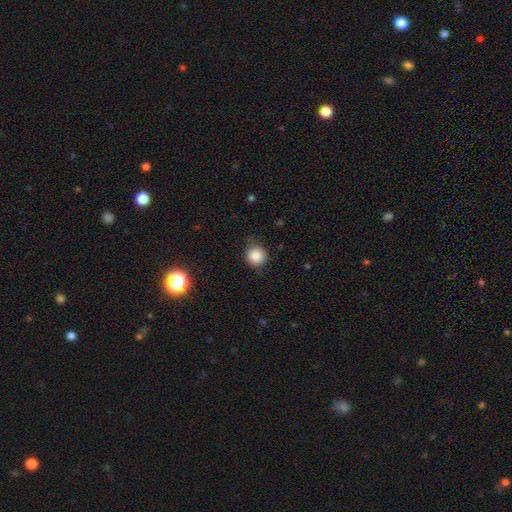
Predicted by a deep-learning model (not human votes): smooth 85%, star or artifact 10%, featured or disk 4%. Down the decision tree: how rounded — round (90%); merging — none (76%).